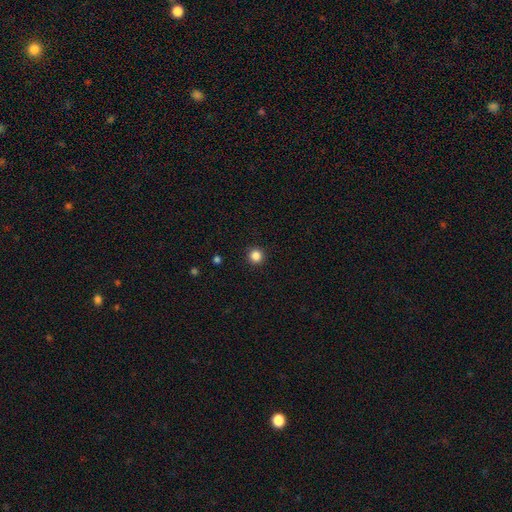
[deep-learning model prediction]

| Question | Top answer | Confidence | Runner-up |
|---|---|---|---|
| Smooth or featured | smooth | 85% | star or artifact (12%) |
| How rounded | round | 95% | in between (4%) |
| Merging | none | 92% | minor disturbance (5%) |